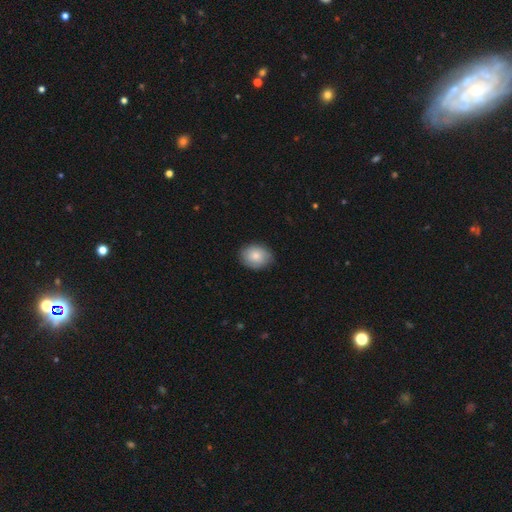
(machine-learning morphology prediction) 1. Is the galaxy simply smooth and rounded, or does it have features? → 79% smooth, 14% featured or disk, 7% star or artifact.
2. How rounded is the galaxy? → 58% in between, 42% round, 1% cigar-shaped.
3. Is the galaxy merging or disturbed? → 82% none, 14% minor disturbance, 3% major disturbance, 1% merger.